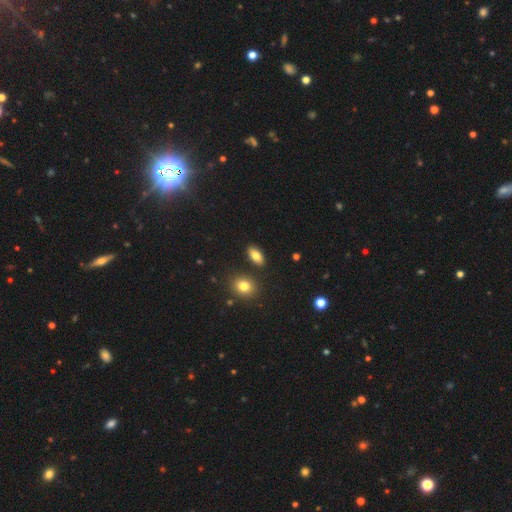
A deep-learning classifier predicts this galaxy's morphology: smooth 80%, featured or disk 11%, star or artifact 9%. Down the decision tree: how rounded — in between (89%); merging — none (86%).